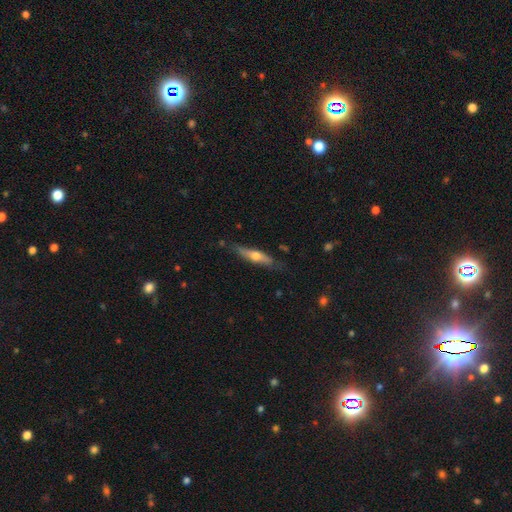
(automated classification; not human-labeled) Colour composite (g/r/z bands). It shows a smooth galaxy with no disk features (47%, tied with featured or disk). Merging: none (73%).